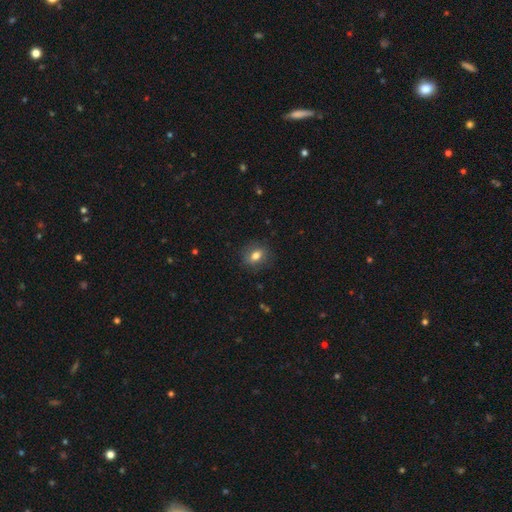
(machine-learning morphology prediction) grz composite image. It shows a smooth galaxy with no disk features (75%) that is in between round and cigar-shaped (59%). Merging: none (84%).